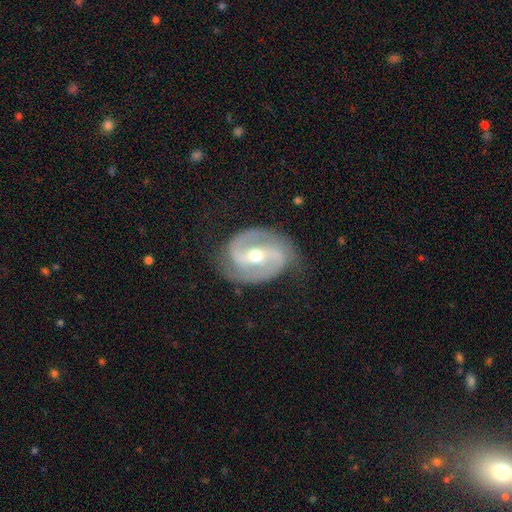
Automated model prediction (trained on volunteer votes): Overall: featured or disk (91%). Edge-on disk: no (98%). Bar: strong (44%; weak 36%). Spiral arms: yes (97%). Spiral arm count: 2 (93%). Spiral winding: medium (54%; tight 30%). Bulge size: moderate (64%; small 32%). Merging: none (82%).